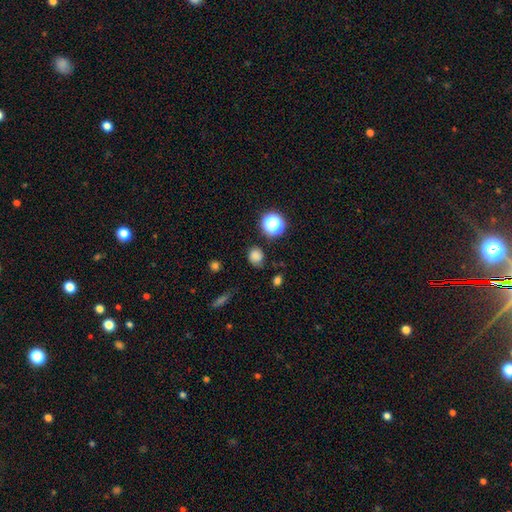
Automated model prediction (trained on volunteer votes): Q: Smooth or featured?
A: smooth (78%); runner-up: star or artifact (17%)
Q: How rounded?
A: round (79%); runner-up: in between (20%)
Q: Merging?
A: none (75%); runner-up: minor disturbance (16%)